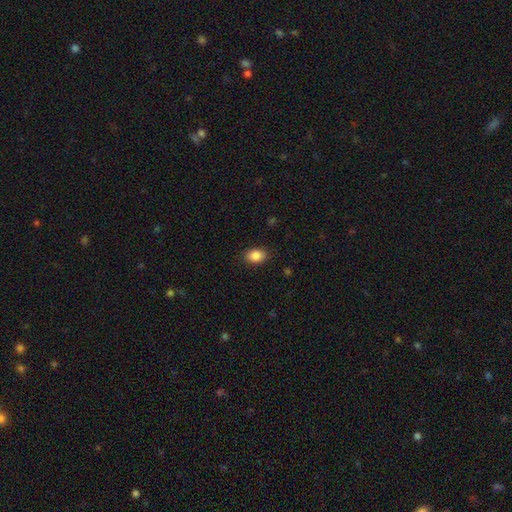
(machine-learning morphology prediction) Smooth or featured?
  - smooth: 88% *
  - star or artifact: 8%
  - featured or disk: 4%
How rounded?
  - in between: 80% *
  - round: 19%
  - cigar-shaped: 1%
Merging?
  - none: 88% *
  - minor disturbance: 9%
  - major disturbance: 2%
  - merger: 1%